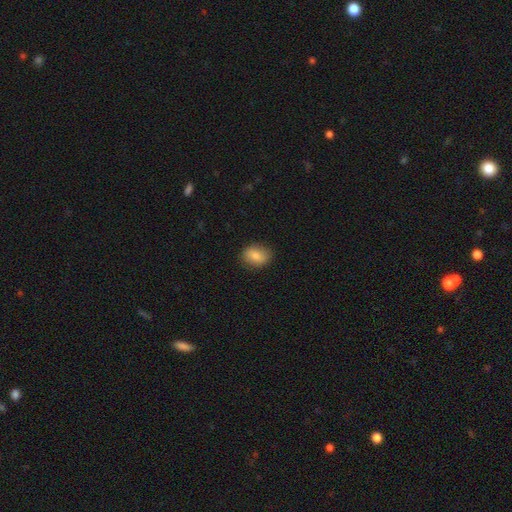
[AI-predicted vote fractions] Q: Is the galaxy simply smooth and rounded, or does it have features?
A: smooth — 81%.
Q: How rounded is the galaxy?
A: in between — 66%.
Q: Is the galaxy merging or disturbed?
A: none — 85%.